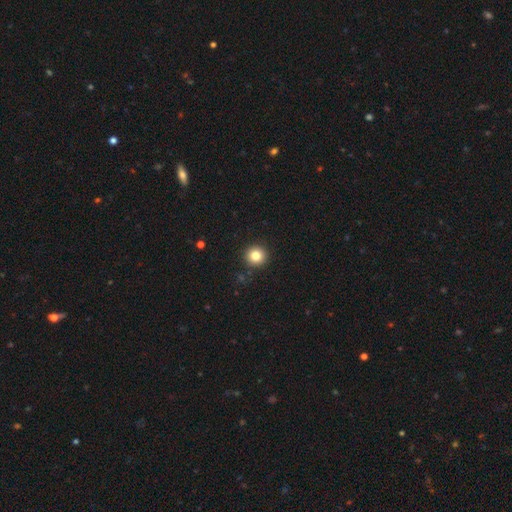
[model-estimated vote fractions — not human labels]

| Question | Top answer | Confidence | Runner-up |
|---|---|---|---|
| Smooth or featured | smooth | 82% | star or artifact (11%) |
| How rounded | round | 93% | in between (6%) |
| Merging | none | 91% | minor disturbance (5%) |